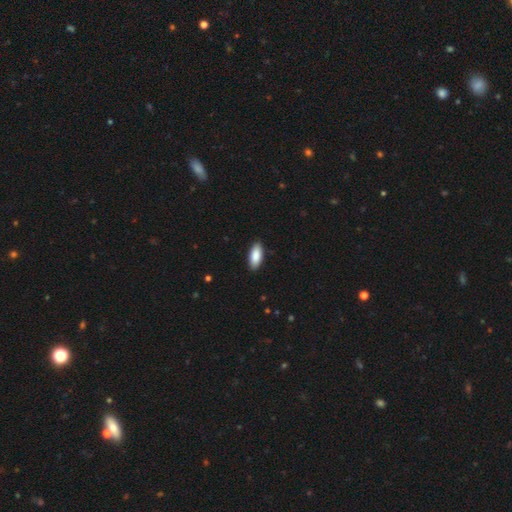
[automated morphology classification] This is clearly a smooth galaxy (88%). How rounded: clearly in between (86%). Merging: clearly none (89%).